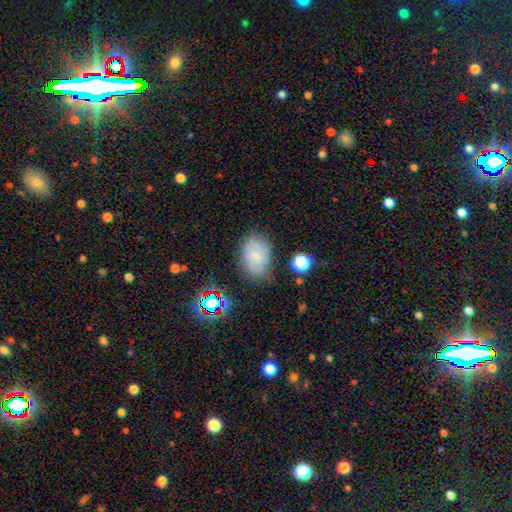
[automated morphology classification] Q: Smooth or featured?
A: smooth (65%); runner-up: featured or disk (22%)
Q: How rounded?
A: in between (79%); runner-up: round (20%)
Q: Merging?
A: none (68%); runner-up: minor disturbance (22%)